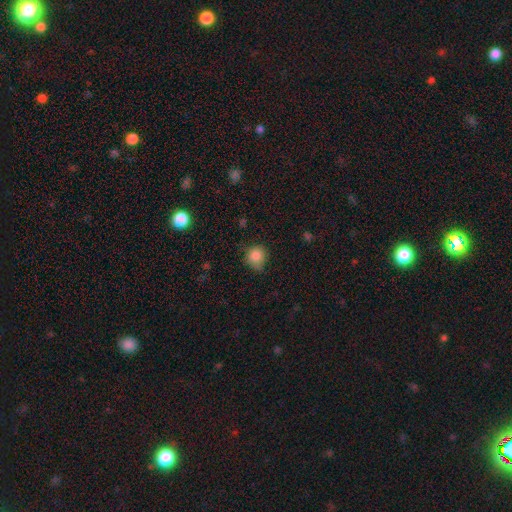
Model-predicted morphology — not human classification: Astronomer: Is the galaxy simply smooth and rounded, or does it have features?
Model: smooth — 85%.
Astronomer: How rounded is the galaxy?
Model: round — 86%.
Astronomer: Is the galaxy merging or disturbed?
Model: none — 68%.